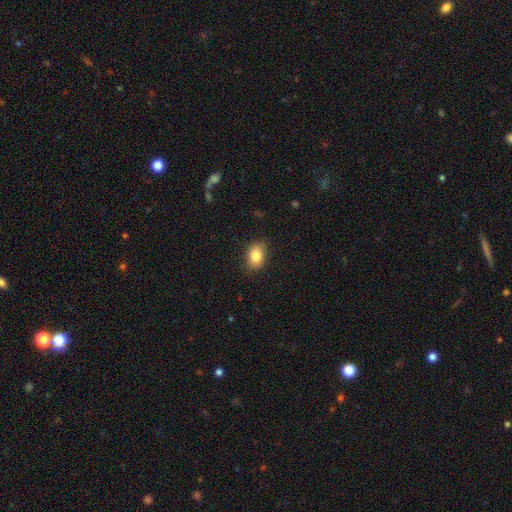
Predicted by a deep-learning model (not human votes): smooth 84%, star or artifact 8%, featured or disk 8%. Down the decision tree: how rounded — in between (76%); merging — none (84%).